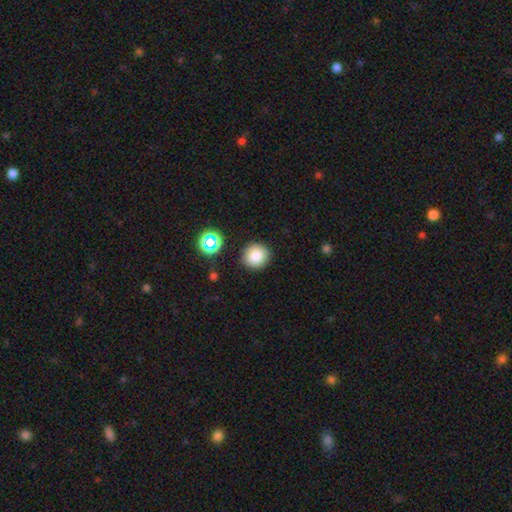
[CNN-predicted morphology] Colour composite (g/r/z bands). It shows a smooth galaxy with no disk features (82%) that is round (91%). Merging: none (89%).